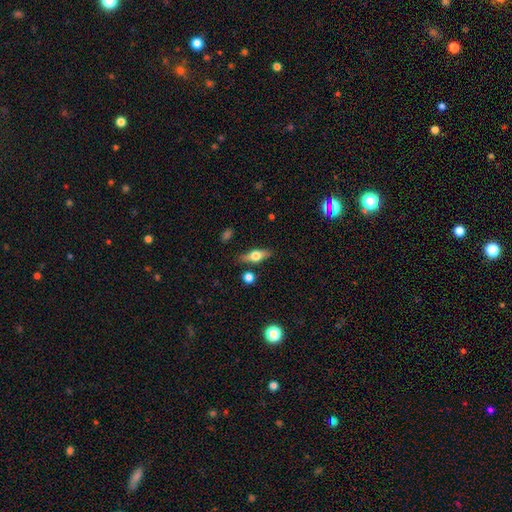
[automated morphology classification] Smooth or featured?
  - smooth: 46% * (tied)
  - featured or disk: 46% * (tied)
  - star or artifact: 8%
Merging?
  - none: 82% *
  - minor disturbance: 11%
  - merger: 4%
  - major disturbance: 3%